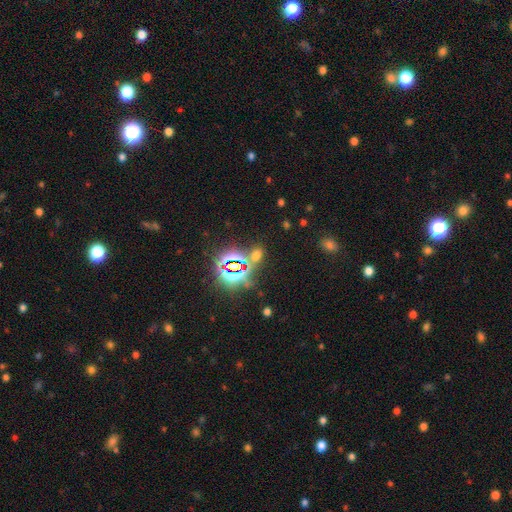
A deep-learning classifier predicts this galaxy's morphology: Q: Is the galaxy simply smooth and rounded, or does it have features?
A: star or artifact — 56%.